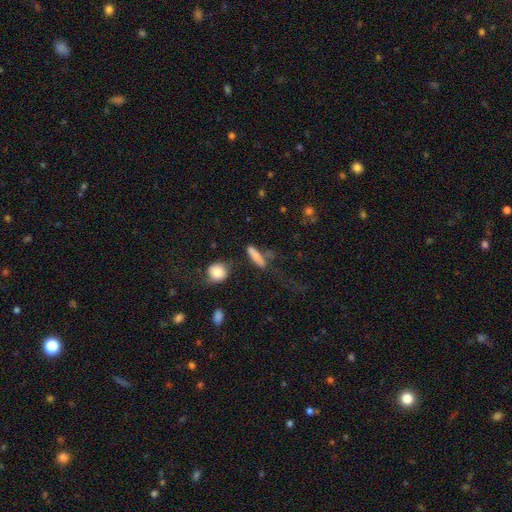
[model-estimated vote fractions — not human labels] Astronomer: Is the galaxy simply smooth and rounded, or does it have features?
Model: smooth — 71%.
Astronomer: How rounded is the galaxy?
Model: cigar-shaped — 64%.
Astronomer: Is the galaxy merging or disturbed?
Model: none — 53%.